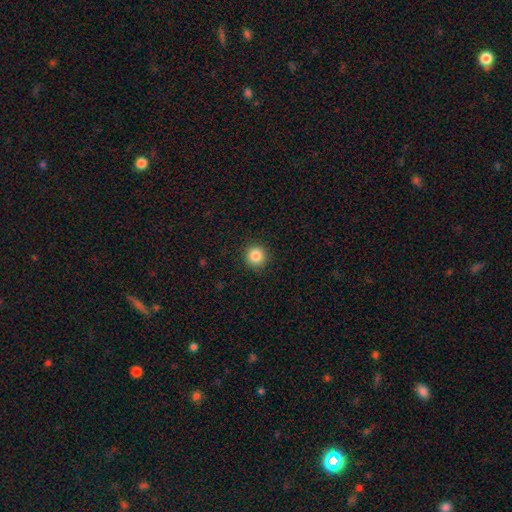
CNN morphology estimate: smooth-or-featured: smooth: 86% | star or artifact: 10% | featured or disk: 4%
  how-rounded: round: 94% | in between: 5% | cigar-shaped: 1%
  merging: none: 91% | minor disturbance: 6% | major disturbance: 2% | merger: 1%